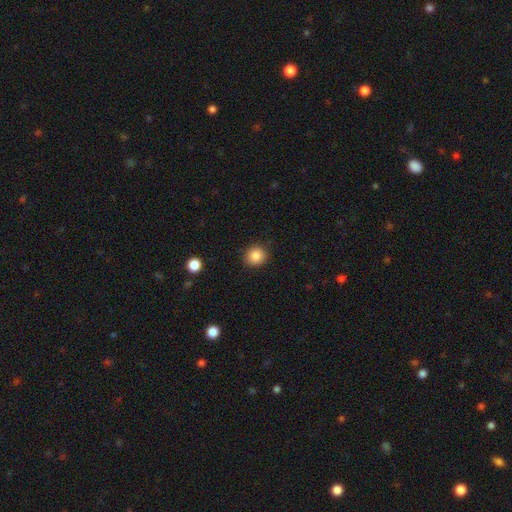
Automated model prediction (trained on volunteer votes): This is clearly a smooth galaxy (87%). How rounded: clearly round (89%). Merging: clearly none (90%).